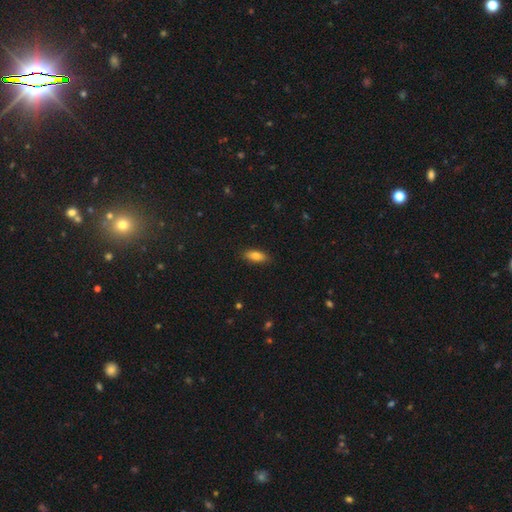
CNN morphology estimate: Smooth or featured?
  - smooth: 83% *
  - featured or disk: 9%
  - star or artifact: 8%
How rounded?
  - in between: 79% *
  - cigar-shaped: 19%
  - round: 3%
Merging?
  - none: 87% *
  - minor disturbance: 10%
  - major disturbance: 2%
  - merger: 1%